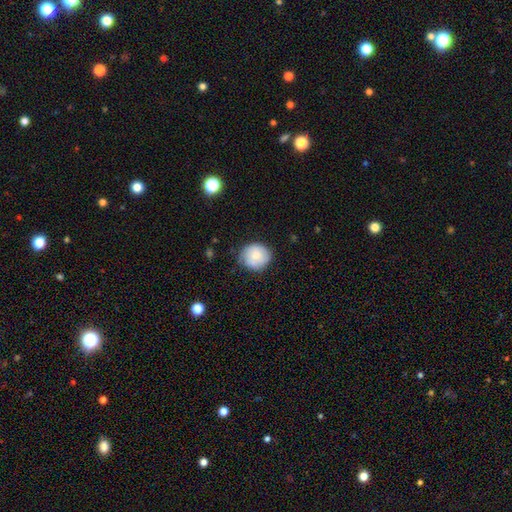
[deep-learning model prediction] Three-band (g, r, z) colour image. It shows a smooth galaxy with no disk features (78%) that is round (83%). Merging: none (76%).